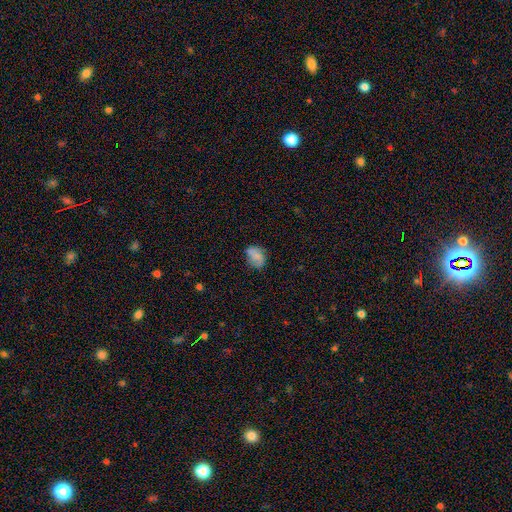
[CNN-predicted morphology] smooth_or_featured: smooth (p=0.71) [alt: featured or disk p=0.18]
how_rounded: in between (p=0.68) [alt: round p=0.30]
merging: none (p=0.58) [alt: minor disturbance p=0.28]